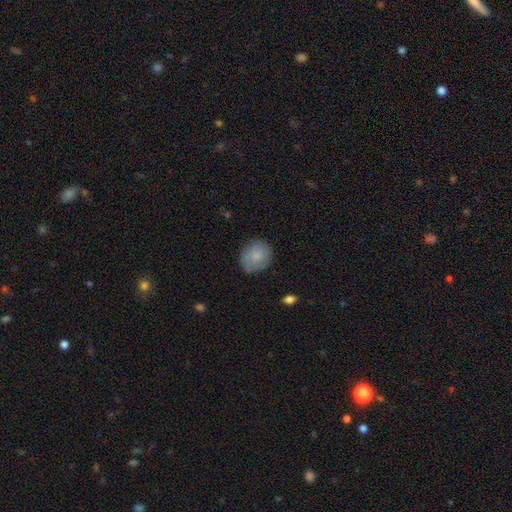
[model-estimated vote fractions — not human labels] A smooth galaxy with no disk features (72%) that is round (73%). Merging: none (75%).